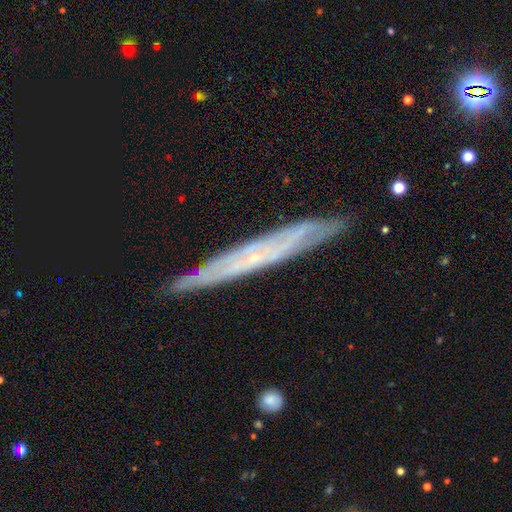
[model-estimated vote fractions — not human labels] Smooth or featured?
  - featured or disk: 72% *
  - smooth: 21%
  - star or artifact: 8%
Edge-on disk?
  - yes: 71% *
  - no: 29%
Edge-on bulge?
  - none: 72% *
  - rounded: 25%
  - boxy: 4%
Merging?
  - none: 84% *
  - minor disturbance: 12%
  - major disturbance: 2%
  - merger: 1%